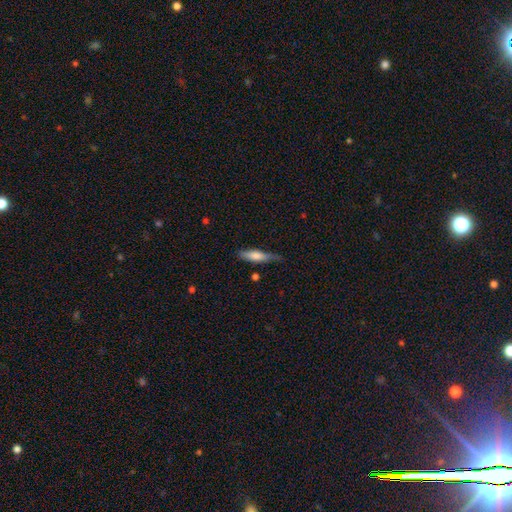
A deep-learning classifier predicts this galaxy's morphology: Smooth or featured?
  - smooth: 68% *
  - featured or disk: 26%
  - star or artifact: 6%
How rounded?
  - cigar-shaped: 74% *
  - in between: 24%
  - round: 2%
Merging?
  - none: 61% *
  - minor disturbance: 30%
  - major disturbance: 7%
  - merger: 3%